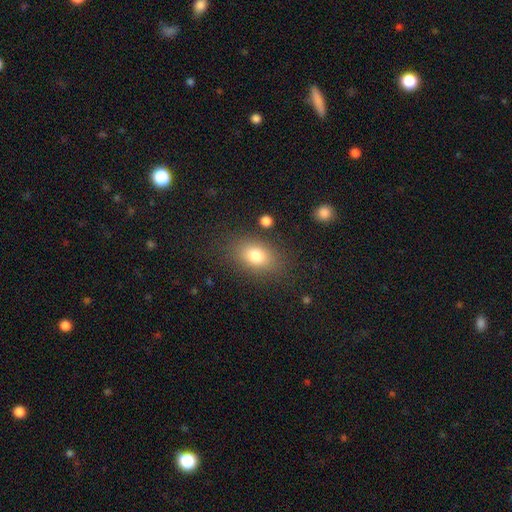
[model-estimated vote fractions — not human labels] smooth-or-featured: smooth: 79% | featured or disk: 11% | star or artifact: 10%
  how-rounded: in between: 81% | round: 16% | cigar-shaped: 3%
  merging: none: 80% | minor disturbance: 12% | major disturbance: 5% | merger: 3%